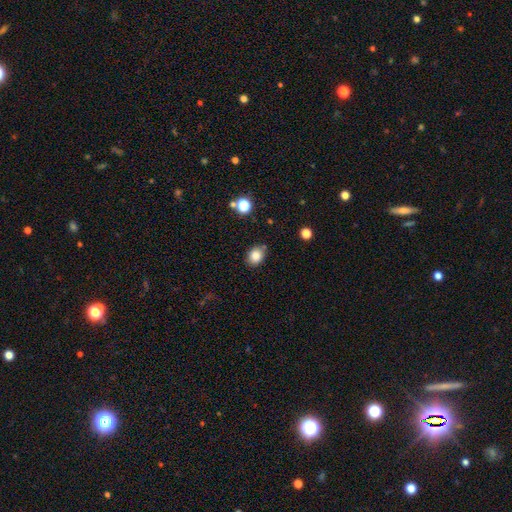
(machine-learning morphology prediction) This is clearly a smooth galaxy (84%). How rounded: possibly in between (53%). Merging: likely none (79%).